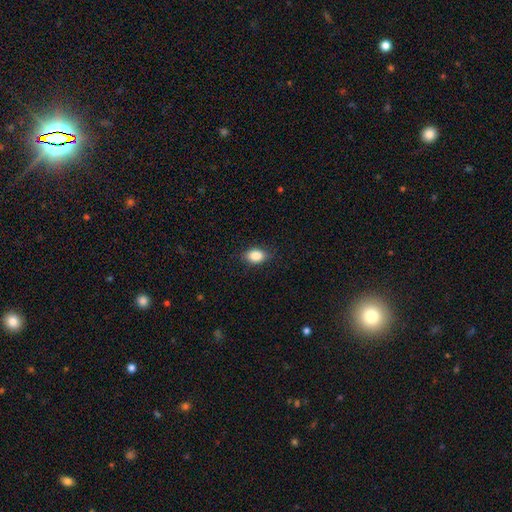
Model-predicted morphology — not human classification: smooth_or_featured: smooth (p=0.87) [alt: star or artifact p=0.08]
how_rounded: in between (p=0.80) [alt: round p=0.19]
merging: none (p=0.85) [alt: minor disturbance p=0.11]